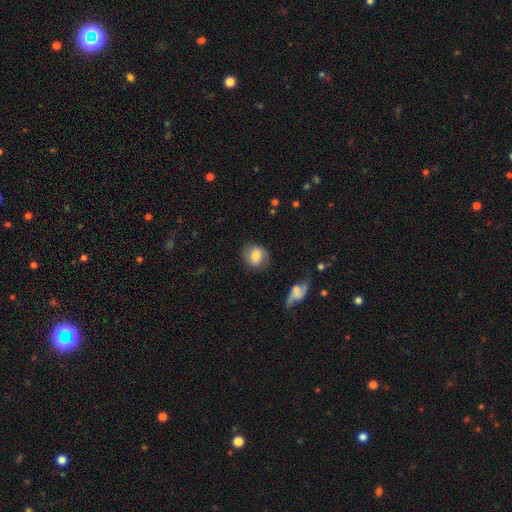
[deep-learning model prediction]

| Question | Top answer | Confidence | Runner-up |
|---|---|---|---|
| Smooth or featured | smooth | 68% | featured or disk (24%) |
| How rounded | round | 75% | in between (23%) |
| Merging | none | 78% | minor disturbance (15%) |